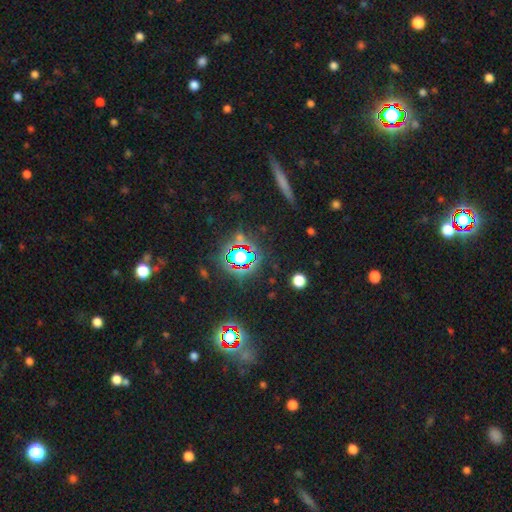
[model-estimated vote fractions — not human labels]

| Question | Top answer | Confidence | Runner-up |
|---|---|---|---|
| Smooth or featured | star or artifact | 73% | smooth (15%) |